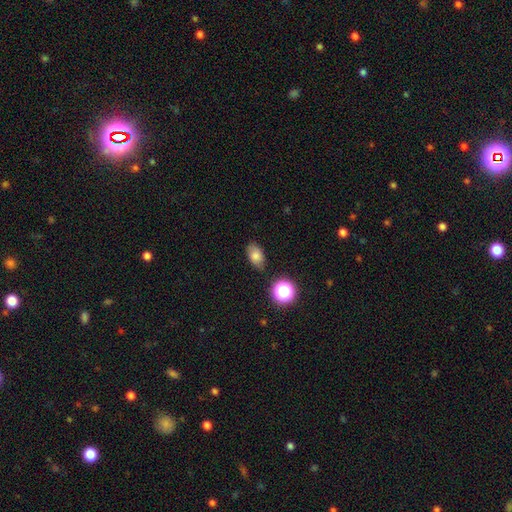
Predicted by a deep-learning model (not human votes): smooth_or_featured: smooth (p=0.78) [alt: star or artifact p=0.12]
how_rounded: in between (p=0.85) [alt: round p=0.13]
merging: none (p=0.80) [alt: minor disturbance p=0.14]